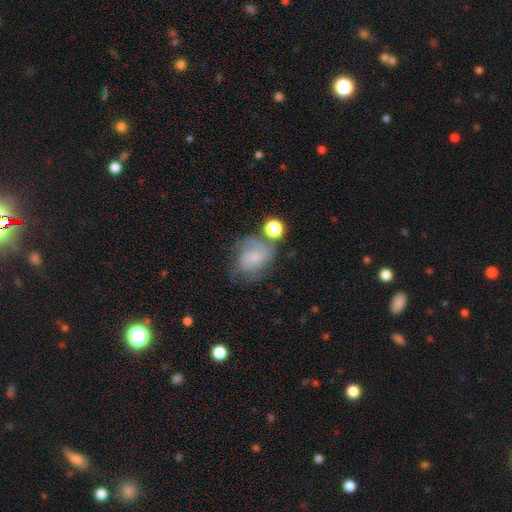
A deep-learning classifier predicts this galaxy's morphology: Smooth or featured? featured or disk (62%)
Edge-on disk? no (98%)
Bar? no (70%)
Spiral arms? yes (86%)
Spiral winding? tight (44%)
Spiral arm count? can't tell (36%)
Bulge size? small (59%)
Merging? none (48%)